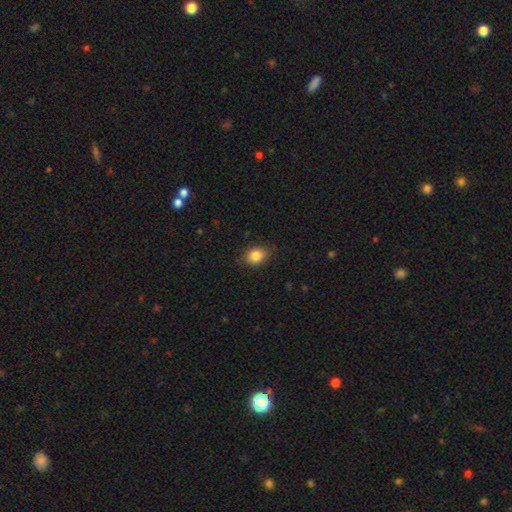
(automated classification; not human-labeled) Smooth or featured? smooth (86%)
How rounded? in between (54%)
Merging? none (86%)